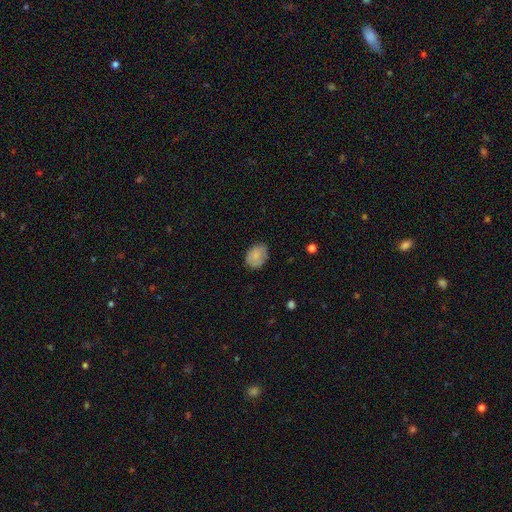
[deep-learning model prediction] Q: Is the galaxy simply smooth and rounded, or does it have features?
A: smooth — 79%.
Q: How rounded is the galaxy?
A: in between — 62%.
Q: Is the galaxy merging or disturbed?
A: none — 74%.